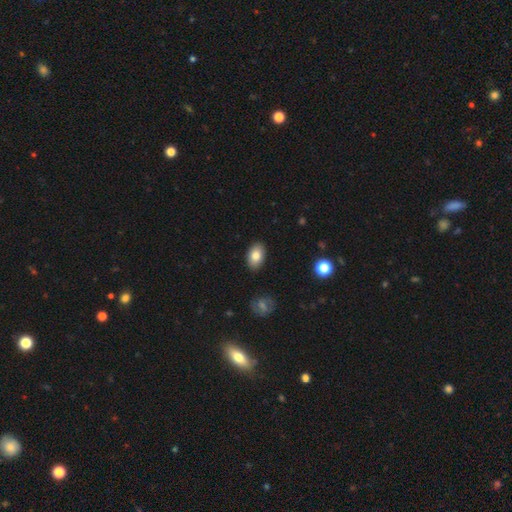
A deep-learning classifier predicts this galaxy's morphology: A smooth galaxy with no disk features (82%) that is in between round and cigar-shaped (89%).

Vote fractions:
- Smooth or featured? smooth: 82% / featured or disk: 11% / star or artifact: 8%
- How rounded? in between: 89% / round: 9% / cigar-shaped: 1%
- Merging? none: 88% / minor disturbance: 9% / major disturbance: 2% / merger: 1%